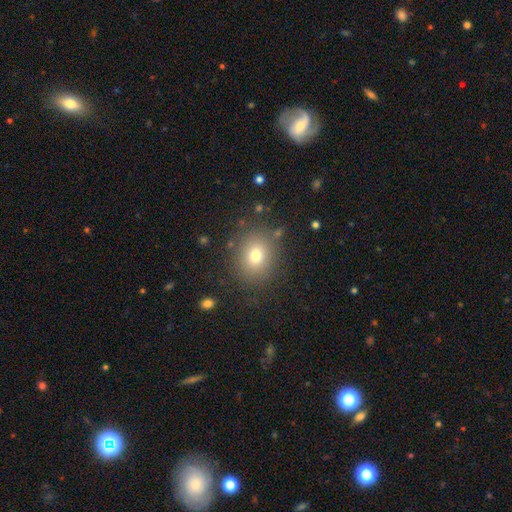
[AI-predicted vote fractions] A smooth galaxy with no disk features (75%) that is round (62%). Merging: none (83%).